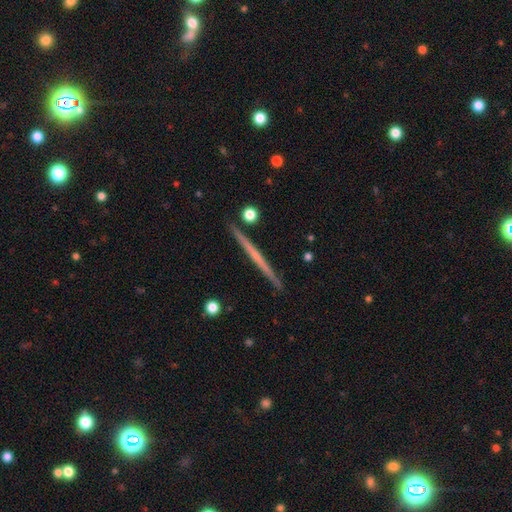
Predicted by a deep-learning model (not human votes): A featured or disk galaxy (63%) viewed edge-on (98%) with no central bulge (83%). Merging: none (92%).